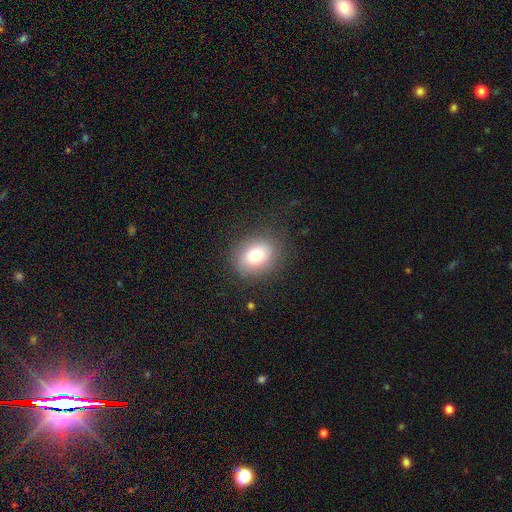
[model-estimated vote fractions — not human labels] Overall: smooth (77%). How rounded: round (51%; in between 49%). Merging: none (82%).